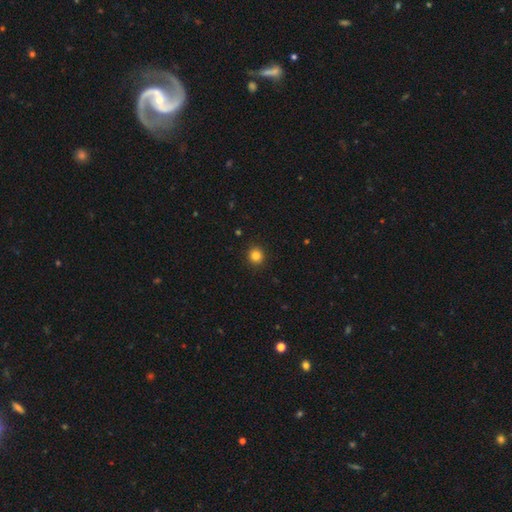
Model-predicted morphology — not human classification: smooth_or_featured: smooth (p=0.84) [alt: star or artifact p=0.12]
how_rounded: round (p=0.91) [alt: in between p=0.08]
merging: none (p=0.92) [alt: minor disturbance p=0.05]